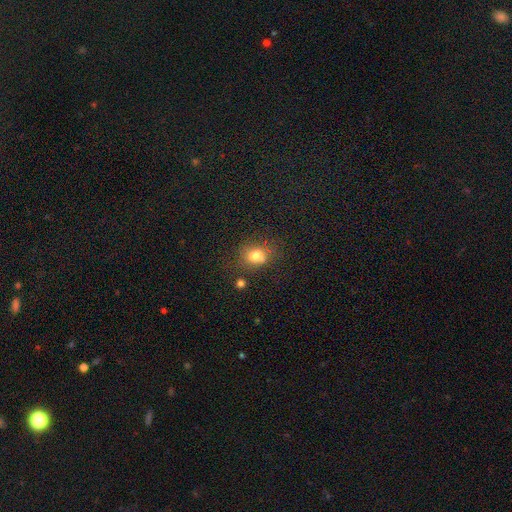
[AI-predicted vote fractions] Smooth or featured? Predicted: smooth (p=0.77). How rounded? Predicted: round (p=0.55). Merging? Predicted: none (p=0.64).